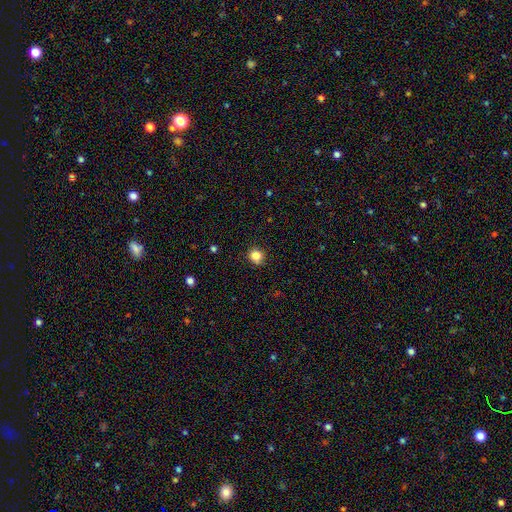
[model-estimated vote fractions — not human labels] Morphology: type=smooth (84%); roundness=round (85%); merging=none (85%).